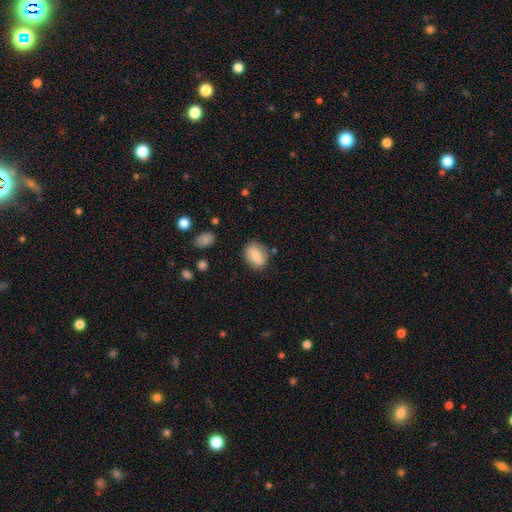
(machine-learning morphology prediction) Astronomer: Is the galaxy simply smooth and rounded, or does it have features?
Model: smooth — 77%.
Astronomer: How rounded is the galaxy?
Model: in between — 71%.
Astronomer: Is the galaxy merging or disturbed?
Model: none — 79%.